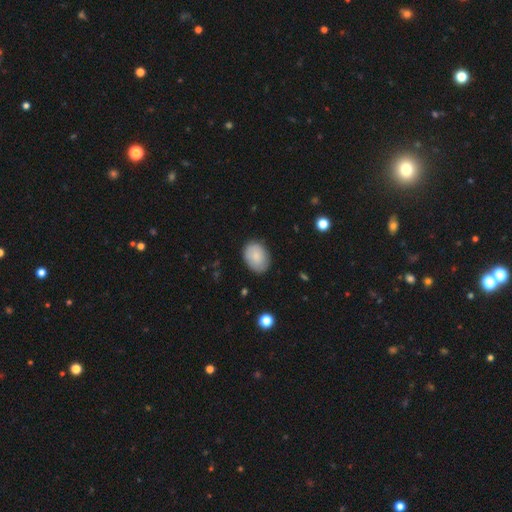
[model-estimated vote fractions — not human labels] smooth 84%, featured or disk 10%, star or artifact 7%. Down the decision tree: how rounded — in between (75%); merging — none (83%).